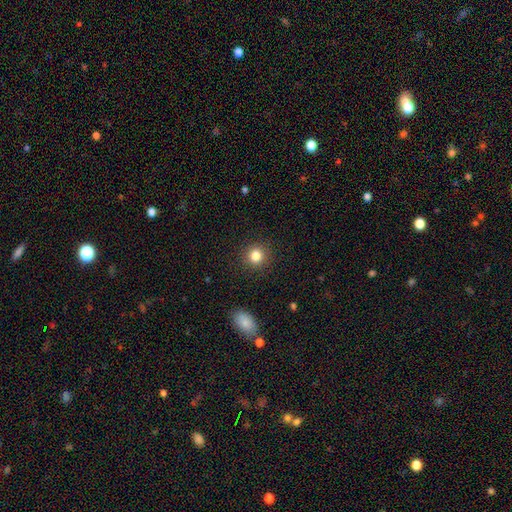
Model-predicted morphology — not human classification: smooth_or_featured: smooth (p=0.83) [alt: star or artifact p=0.11]
how_rounded: round (p=0.91) [alt: in between p=0.08]
merging: none (p=0.90) [alt: minor disturbance p=0.06]